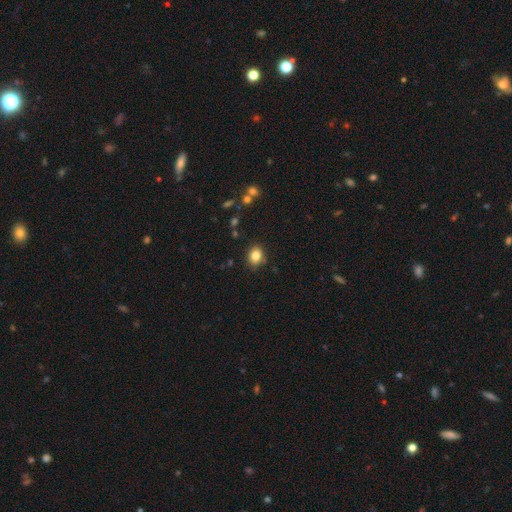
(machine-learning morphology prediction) smooth_or_featured: smooth (p=0.83) [alt: star or artifact p=0.10]
how_rounded: round (p=0.61) [alt: in between p=0.39]
merging: none (p=0.86) [alt: minor disturbance p=0.09]